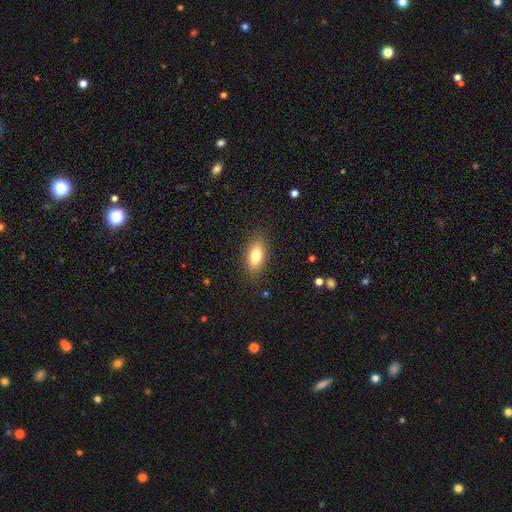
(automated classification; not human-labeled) smooth_or_featured: smooth (p=0.76) [alt: featured or disk p=0.16]
how_rounded: in between (p=0.84) [alt: cigar-shaped p=0.11]
merging: none (p=0.87) [alt: minor disturbance p=0.10]